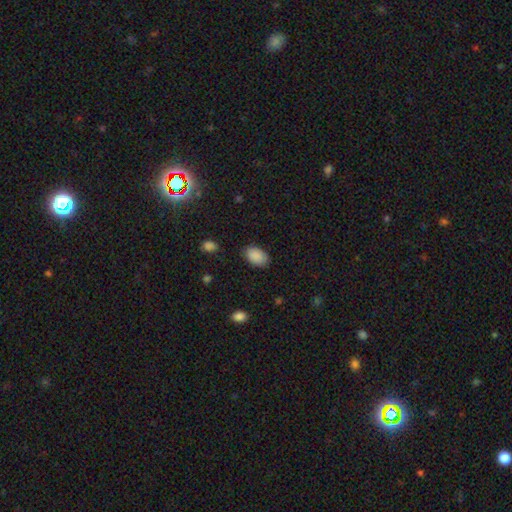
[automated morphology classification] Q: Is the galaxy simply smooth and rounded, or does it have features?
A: smooth — 89%.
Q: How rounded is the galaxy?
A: in between — 90%.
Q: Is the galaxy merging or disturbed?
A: none — 84%.